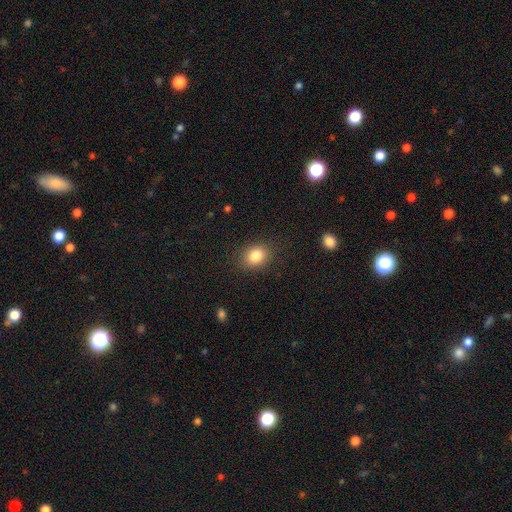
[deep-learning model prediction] A smooth galaxy with no disk features (84%) that is in between round and cigar-shaped (54%). Merging: none (85%).